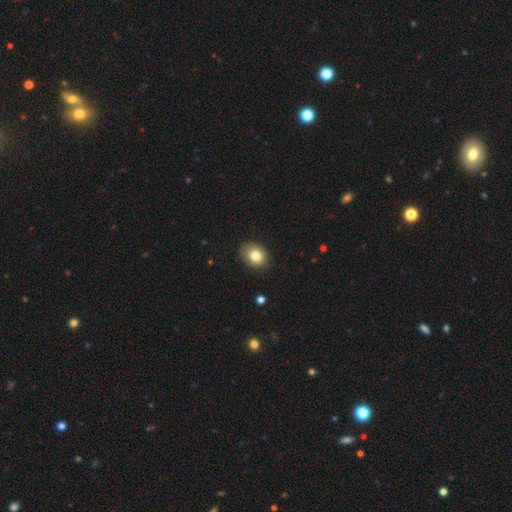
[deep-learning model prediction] Q: Smooth or featured?
A: smooth (81%); runner-up: featured or disk (10%)
Q: How rounded?
A: in between (54%); runner-up: round (45%)
Q: Merging?
A: none (81%); runner-up: minor disturbance (15%)